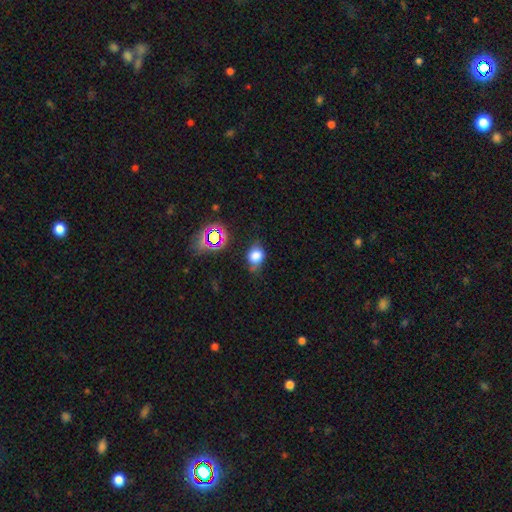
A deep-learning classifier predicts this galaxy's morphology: smooth 72%, star or artifact 16%, featured or disk 12%. Down the decision tree: how rounded — in between (49%, tied with round); merging — none (57%).